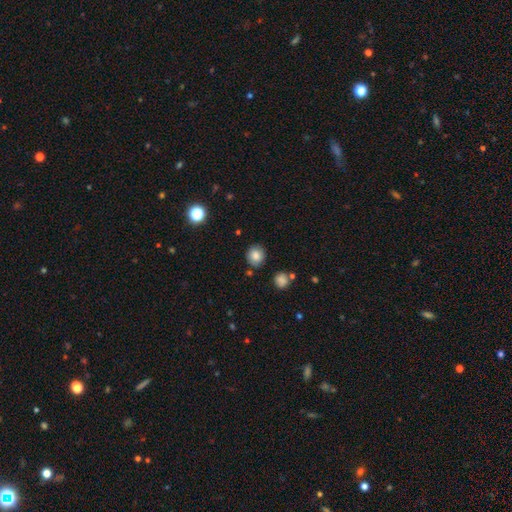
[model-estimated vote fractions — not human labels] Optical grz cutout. It shows a smooth galaxy with no disk features (82%) that is round (85%). Merging: none (84%).